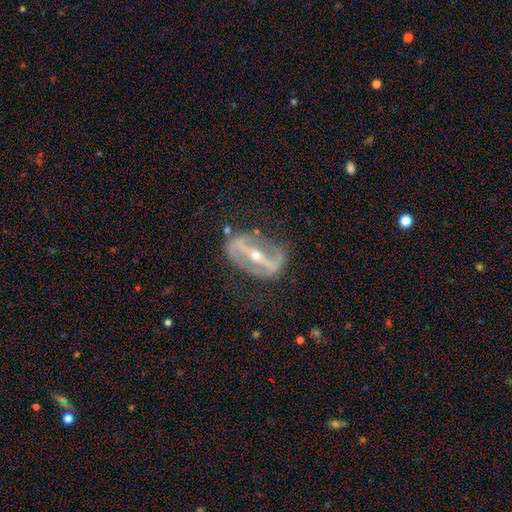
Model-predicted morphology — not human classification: Smooth or featured? Predicted: featured or disk (p=0.86). Edge-on disk? Predicted: no (p=0.86). Bar? Predicted: strong (p=0.81). Spiral arms? Predicted: yes (p=0.73). Spiral winding? Predicted: medium (p=0.38, tied with loose). Spiral arm count? Predicted: 2 (p=0.81). Bulge size? Predicted: small (p=0.55). Merging? Predicted: none (p=0.66).